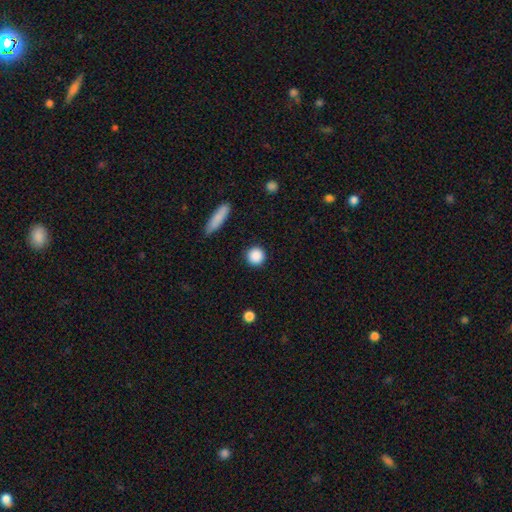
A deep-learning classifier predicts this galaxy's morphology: Overall: smooth (88%). How rounded: round (94%). Merging: none (90%).